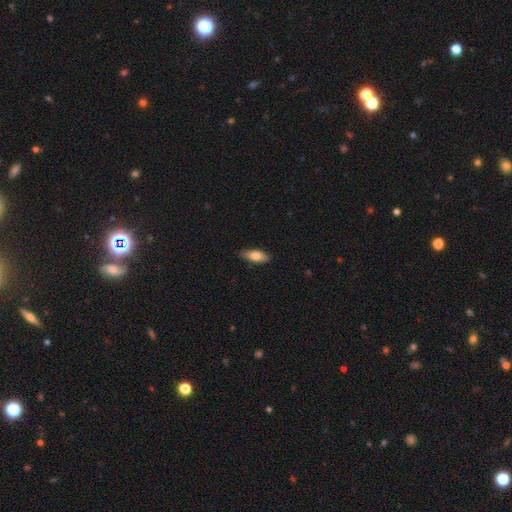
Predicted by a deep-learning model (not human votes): Morphology: type=smooth (76%); roundness=in between (72%); merging=none (87%).